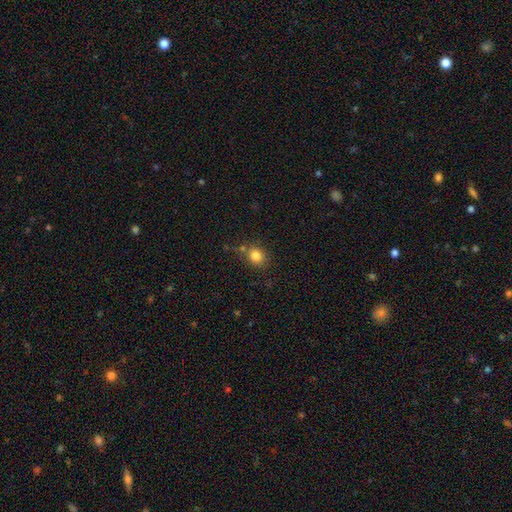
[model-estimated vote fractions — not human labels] smooth_or_featured: smooth (p=0.82) [alt: star or artifact p=0.11]
how_rounded: round (p=0.72) [alt: in between p=0.27]
merging: none (p=0.71) [alt: minor disturbance p=0.14]